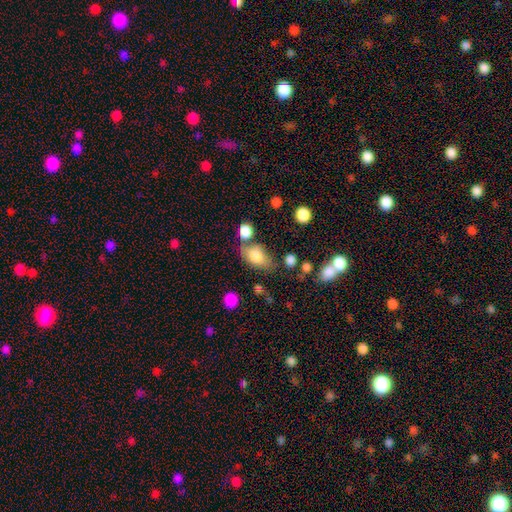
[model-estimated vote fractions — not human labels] This is likely a smooth galaxy (74%). How rounded: clearly in between (86%). Merging: possibly none (59%).